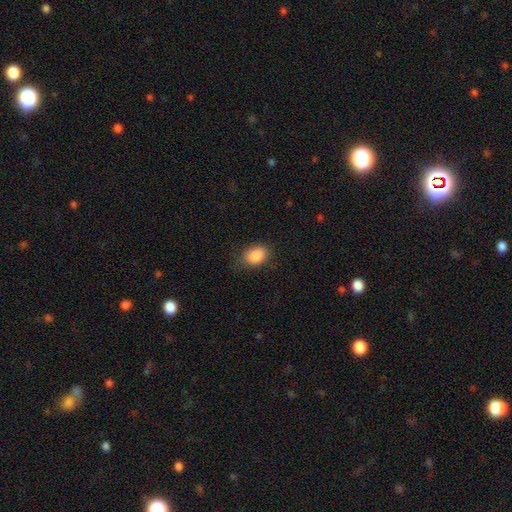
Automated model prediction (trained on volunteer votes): Smooth or featured? Predicted: smooth (p=0.88). How rounded? Predicted: in between (p=0.76). Merging? Predicted: none (p=0.78).